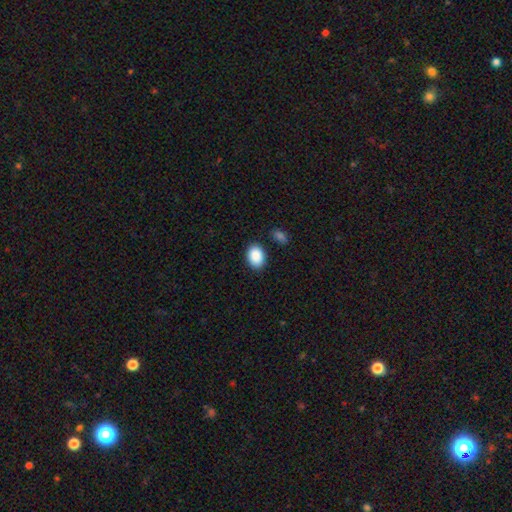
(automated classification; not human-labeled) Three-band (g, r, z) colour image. It shows a smooth galaxy with no disk features (90%) that is in between round and cigar-shaped (79%). Merging: none (85%).